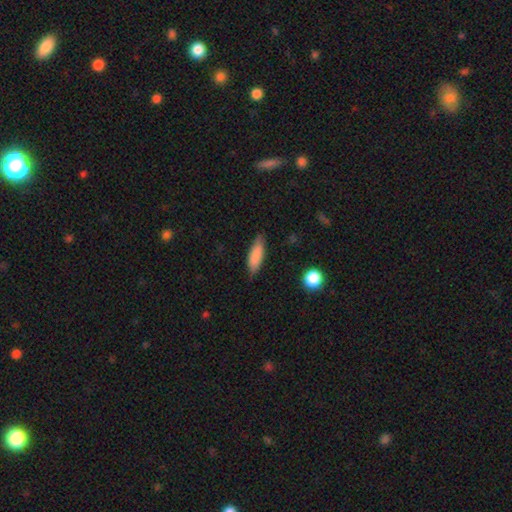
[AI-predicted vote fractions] This is clearly a smooth galaxy (83%). How rounded: possibly in between (57%). Merging: likely none (77%).